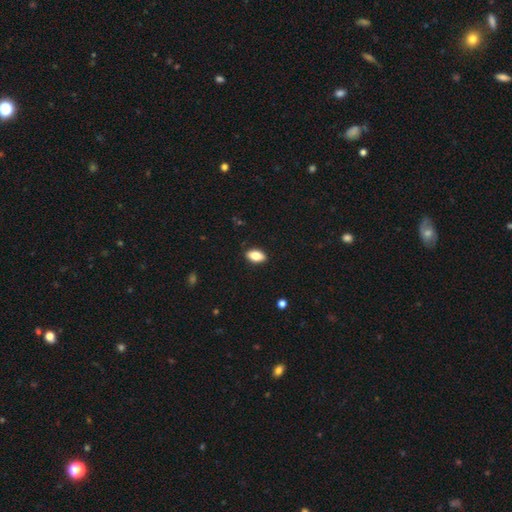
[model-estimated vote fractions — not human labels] smooth 82%, featured or disk 11%, star or artifact 7%. Down the decision tree: how rounded — in between (91%); merging — none (90%).